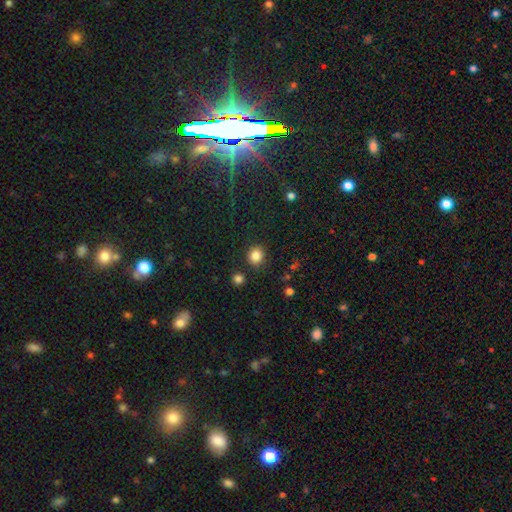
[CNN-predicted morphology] This appears to be a smooth galaxy with no disk features (84%) that is round (85%). Merging: none (85%).